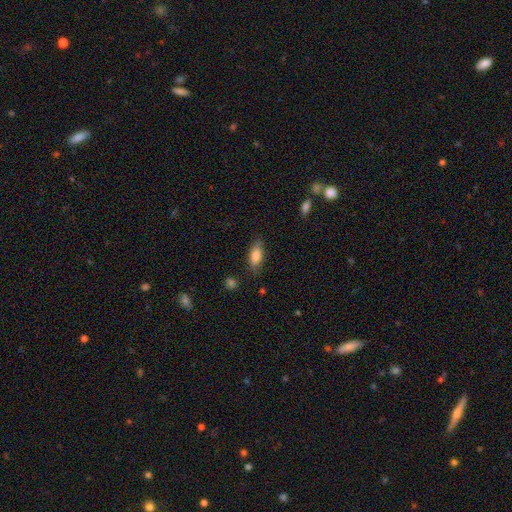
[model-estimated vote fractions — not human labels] smooth_or_featured: smooth (p=0.78) [alt: featured or disk p=0.15]
how_rounded: in between (p=0.74) [alt: cigar-shaped p=0.23]
merging: none (p=0.81) [alt: minor disturbance p=0.14]